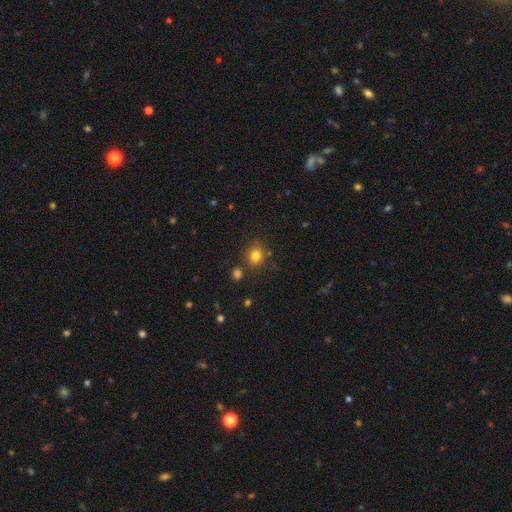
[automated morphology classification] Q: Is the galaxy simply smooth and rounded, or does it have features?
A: smooth — 80%.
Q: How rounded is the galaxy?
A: round — 82%.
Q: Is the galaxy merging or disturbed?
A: none — 80%.